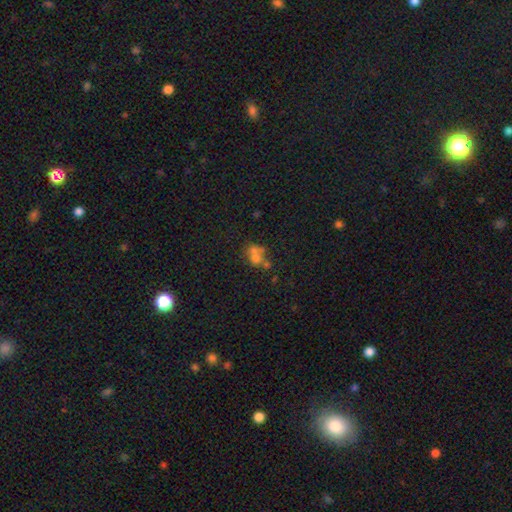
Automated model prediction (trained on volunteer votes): Smooth or featured? Predicted: smooth (p=0.56). How rounded? Predicted: round (p=0.64). Merging? Predicted: merger (p=0.54).